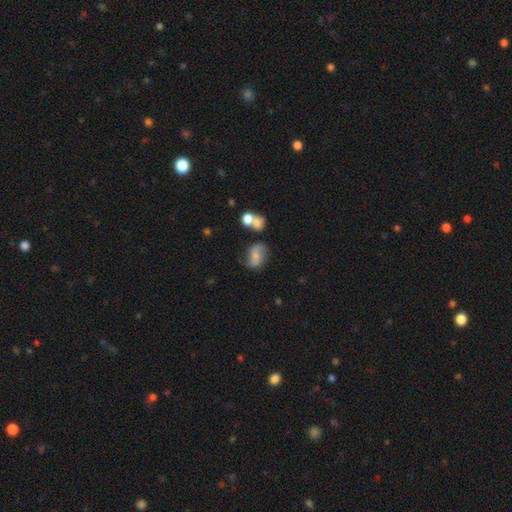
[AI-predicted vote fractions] A featured or disk galaxy (59%) with no bar (43%), 2 (89%) loose (62%) spiral arms (89%) and a small central bulge (51%).

Vote fractions:
- Smooth or featured? featured or disk: 59% / smooth: 31% / star or artifact: 10%
- Edge-on disk? no: 97% / yes: 3%
- Bar? no: 43% / weak: 39% / strong: 18%
- Spiral arms? yes: 89% / no: 11%
- Spiral winding? loose: 62% / medium: 29% / tight: 9%
- Spiral arm count? 2: 89% / can't tell: 5% / 1: 2% / 3: 1% / 4: 1% / more than 4: 1%
- Bulge size? small: 51% / moderate: 34% / none: 11% / large: 3% / dominant: 1%
- Merging? none: 63% / minor disturbance: 19% / merger: 10% / major disturbance: 8%